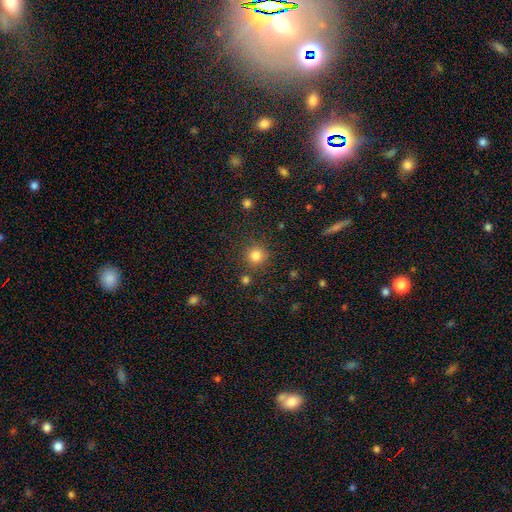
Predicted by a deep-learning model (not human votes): Smooth or featured? Predicted: smooth (p=0.82). How rounded? Predicted: round (p=0.94). Merging? Predicted: none (p=0.85).